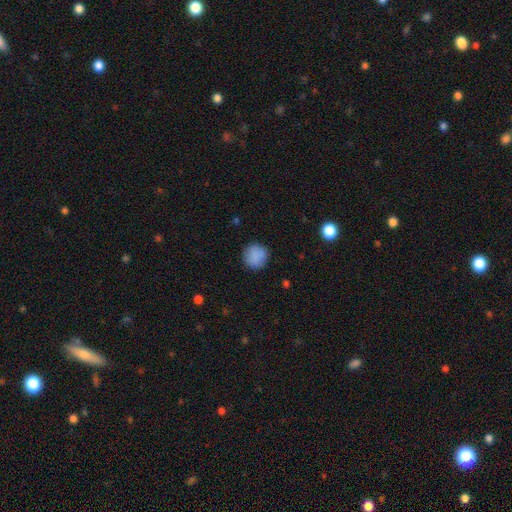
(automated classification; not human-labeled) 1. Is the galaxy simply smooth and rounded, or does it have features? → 87% smooth, 8% star or artifact, 5% featured or disk.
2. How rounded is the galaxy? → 93% round, 6% in between, 1% cigar-shaped.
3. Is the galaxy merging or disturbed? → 86% none, 10% minor disturbance, 3% major disturbance, 1% merger.